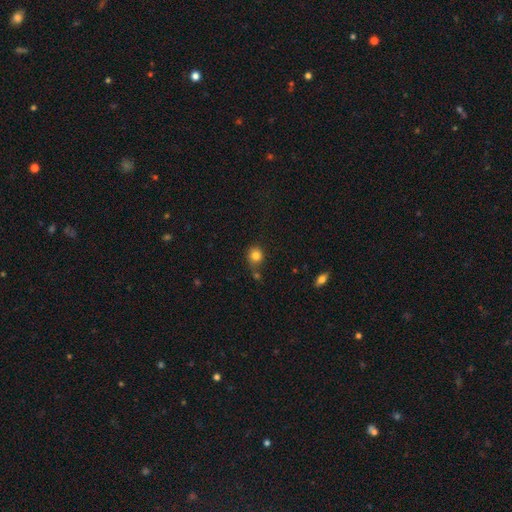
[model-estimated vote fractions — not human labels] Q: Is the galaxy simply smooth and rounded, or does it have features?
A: smooth — 82%.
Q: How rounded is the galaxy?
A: round — 81%.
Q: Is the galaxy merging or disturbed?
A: none — 63%.